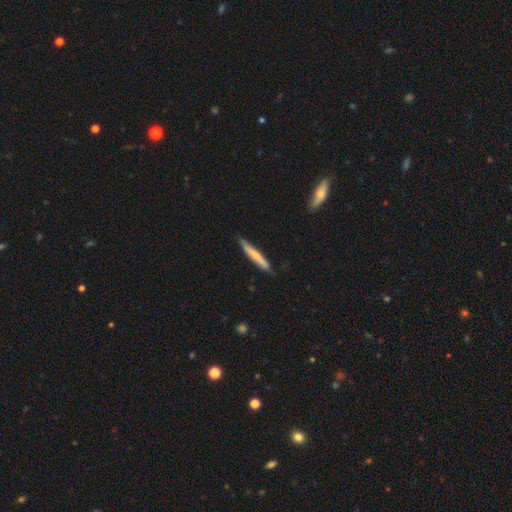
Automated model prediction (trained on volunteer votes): The model was most divided on "smooth or featured": smooth: 63%, featured or disk: 32%, star or artifact: 5%. More confident: how rounded — cigar-shaped (95%); merging — none (80%).